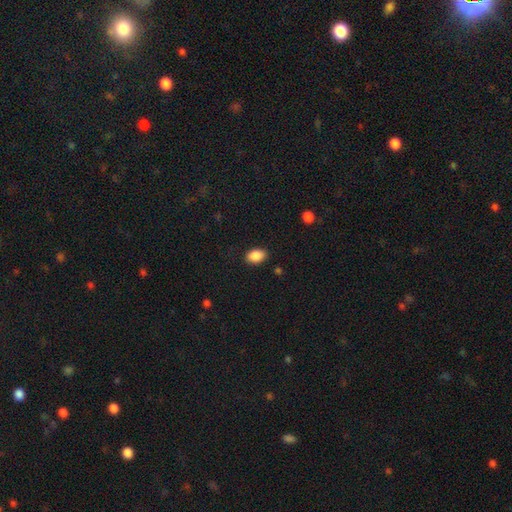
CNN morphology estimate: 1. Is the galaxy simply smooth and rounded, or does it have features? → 88% smooth, 8% star or artifact, 4% featured or disk.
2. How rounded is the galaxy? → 86% in between, 13% round, 1% cigar-shaped.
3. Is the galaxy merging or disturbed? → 87% none, 10% minor disturbance, 2% major disturbance, 1% merger.